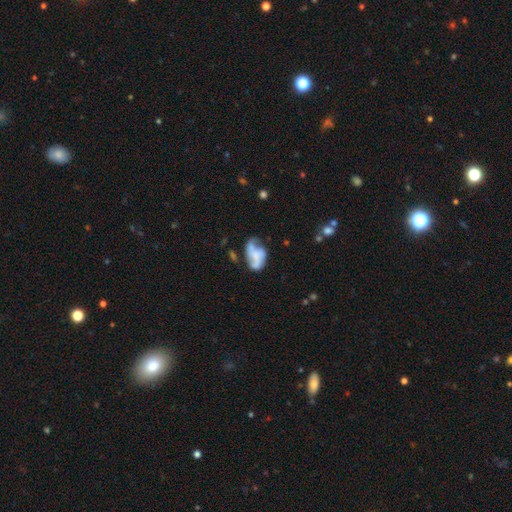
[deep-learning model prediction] This is possibly a featured or disk galaxy (55%). It is clearly not viewed edge-on (97%). Bar: likely no (71%). Spiral arm pattern: likely yes (65%). Central bulge: possibly none (51%). Merging: marginally none (37%).